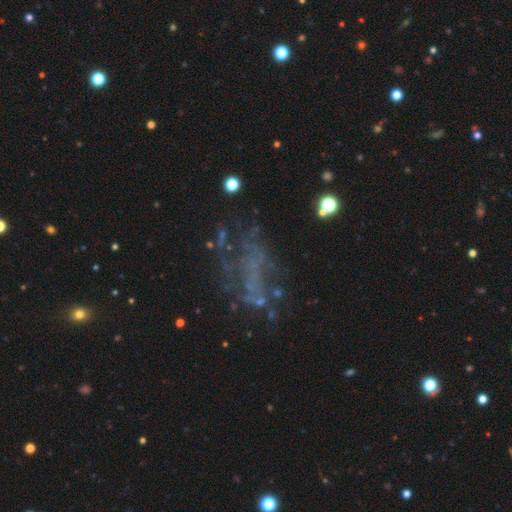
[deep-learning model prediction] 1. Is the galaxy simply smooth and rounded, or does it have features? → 54% featured or disk, 27% star or artifact, 19% smooth.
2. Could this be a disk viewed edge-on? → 95% no, 5% yes.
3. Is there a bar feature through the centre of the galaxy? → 88% no, 9% weak, 3% strong.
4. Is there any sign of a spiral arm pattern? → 83% no, 17% yes.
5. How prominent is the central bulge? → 79% none, 13% small, 5% moderate, 2% large, 1% dominant.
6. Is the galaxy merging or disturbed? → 46% none, 30% major disturbance, 18% minor disturbance, 7% merger.